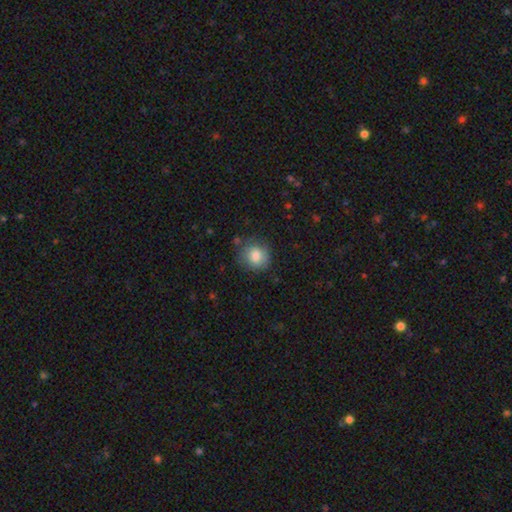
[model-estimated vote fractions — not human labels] Smooth or featured: smooth — 83% (star or artifact — 9%)
How rounded: round — 82% (in between — 17%)
Merging: none — 78% (minor disturbance — 15%)